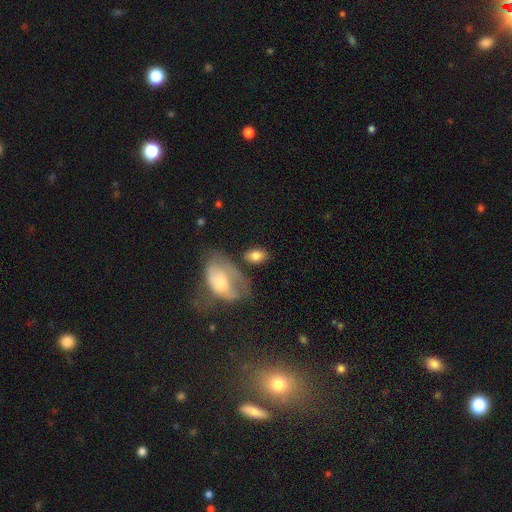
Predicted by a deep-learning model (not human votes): smooth_or_featured: smooth (p=0.79) [alt: featured or disk p=0.14]
how_rounded: in between (p=0.87) [alt: round p=0.11]
merging: none (p=0.64) [alt: minor disturbance p=0.17]